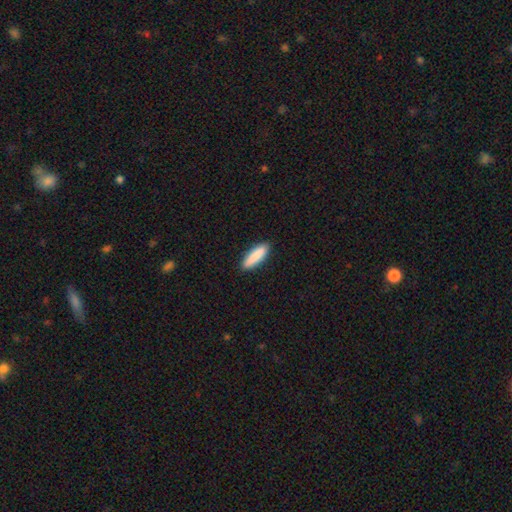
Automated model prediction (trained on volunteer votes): Smooth or featured? smooth (88%)
How rounded? cigar-shaped (61%)
Merging? none (89%)